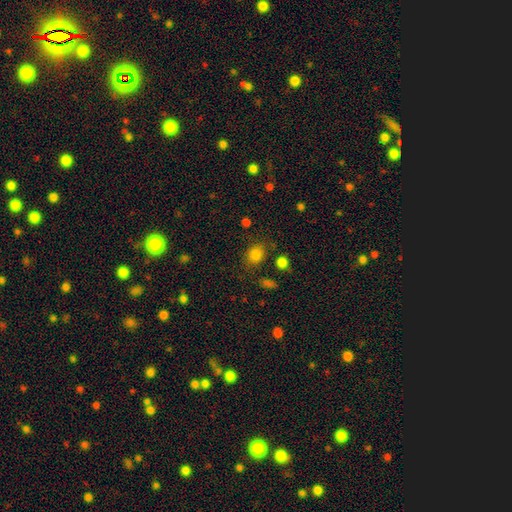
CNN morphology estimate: type=smooth (82%); roundness=round (56%); merging=none (76%).